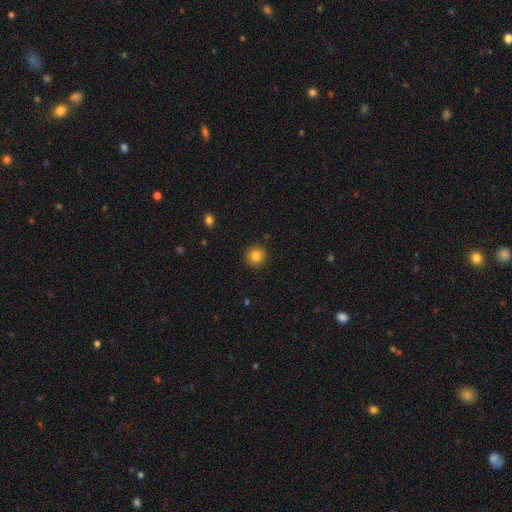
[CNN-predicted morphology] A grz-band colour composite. It shows a smooth galaxy with no disk features (83%) that is round (92%). Merging: none (91%).